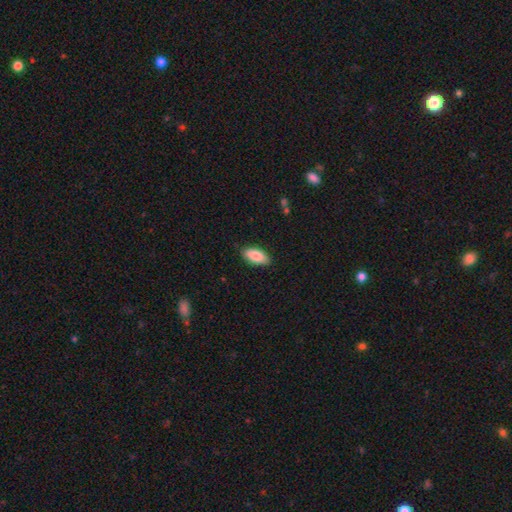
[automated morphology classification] This appears to be a smooth galaxy with no disk features (84%) that is in between round and cigar-shaped (89%). Merging: none (87%).